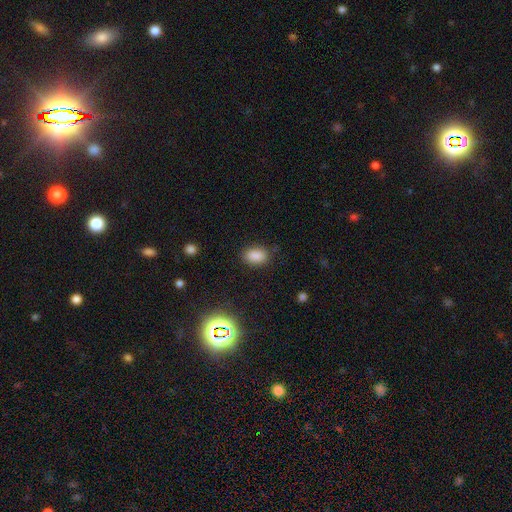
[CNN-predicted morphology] The model was most divided on "how rounded": in between: 85%, round: 14%, cigar-shaped: 2%. More confident: smooth or featured — smooth (86%); merging — none (84%).